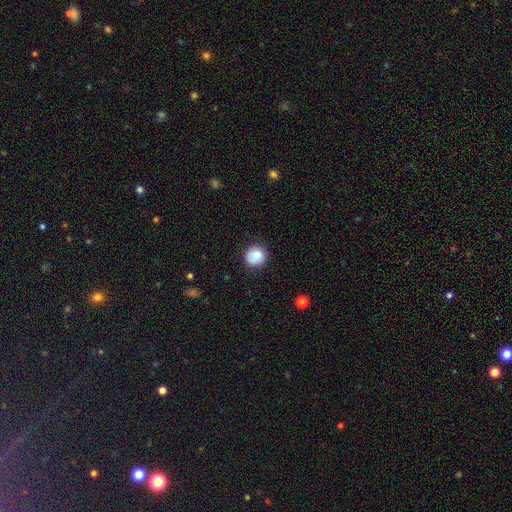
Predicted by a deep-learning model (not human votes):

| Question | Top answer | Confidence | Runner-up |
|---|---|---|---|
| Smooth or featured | smooth | 82% | featured or disk (9%) |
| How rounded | round | 92% | in between (7%) |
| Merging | none | 80% | minor disturbance (15%) |